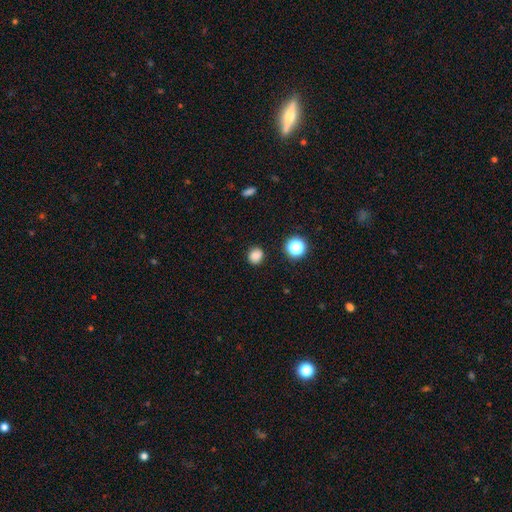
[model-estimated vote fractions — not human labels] Q: Smooth or featured?
A: smooth (83%); runner-up: star or artifact (14%)
Q: How rounded?
A: round (75%); runner-up: in between (24%)
Q: Merging?
A: none (87%); runner-up: minor disturbance (9%)